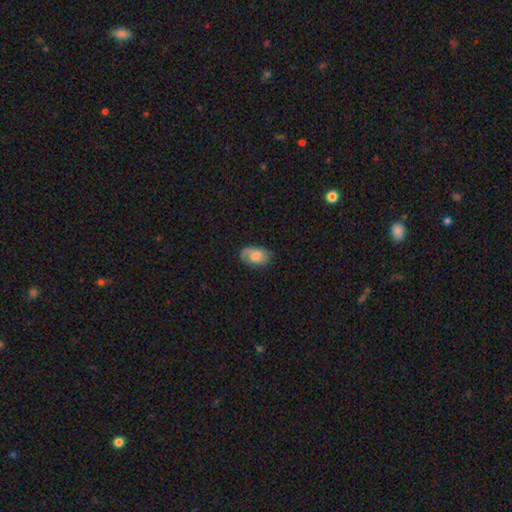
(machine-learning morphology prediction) Smooth or featured? Predicted: smooth (p=0.58). How rounded? Predicted: in between (p=0.87). Merging? Predicted: none (p=0.63).